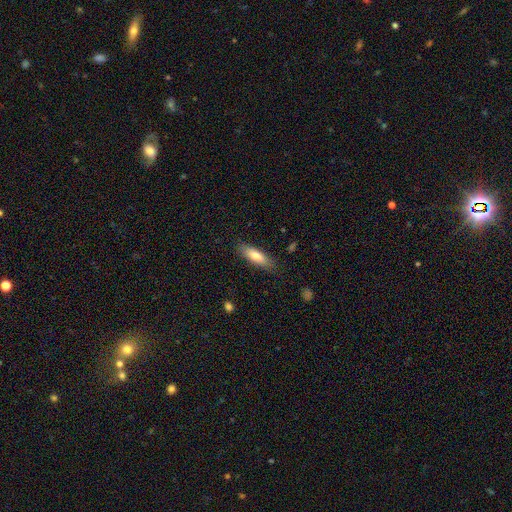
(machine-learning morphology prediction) Smooth or featured? Predicted: smooth (p=0.73). How rounded? Predicted: in between (p=0.52). Merging? Predicted: none (p=0.84).